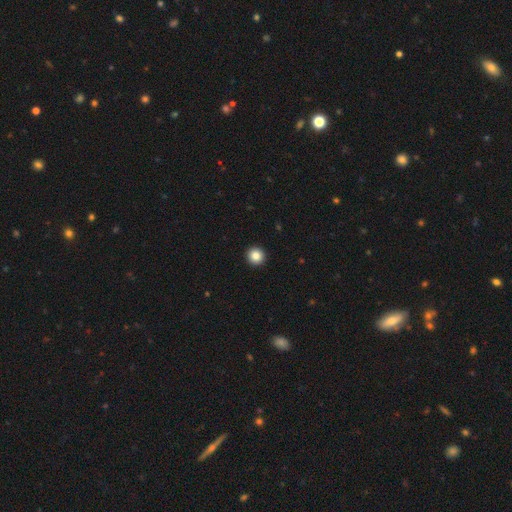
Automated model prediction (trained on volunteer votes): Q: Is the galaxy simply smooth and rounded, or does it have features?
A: smooth — 86%.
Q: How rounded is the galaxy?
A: round — 96%.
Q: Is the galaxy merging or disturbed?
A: none — 94%.